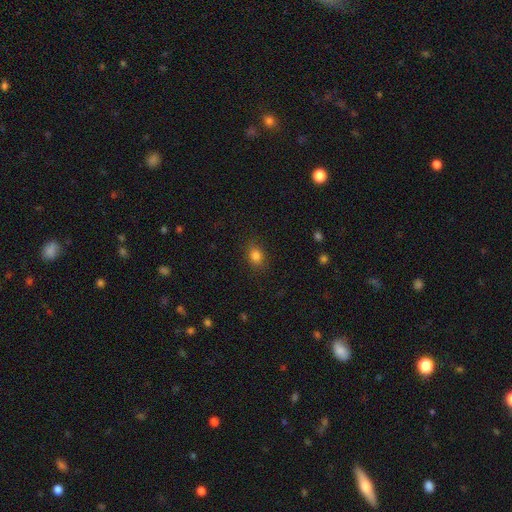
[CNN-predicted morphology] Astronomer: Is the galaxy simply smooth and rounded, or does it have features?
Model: smooth — 83%.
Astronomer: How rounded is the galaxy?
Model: in between — 53% (runner-up: round, 46%).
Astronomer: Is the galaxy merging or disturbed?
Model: none — 84%.